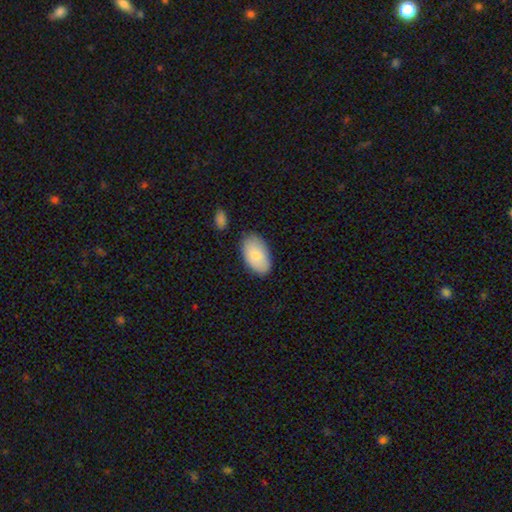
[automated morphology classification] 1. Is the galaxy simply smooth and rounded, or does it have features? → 83% smooth, 12% featured or disk, 6% star or artifact.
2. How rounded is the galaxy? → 95% in between, 4% round, 1% cigar-shaped.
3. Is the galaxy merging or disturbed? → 82% none, 13% minor disturbance, 3% major disturbance, 2% merger.